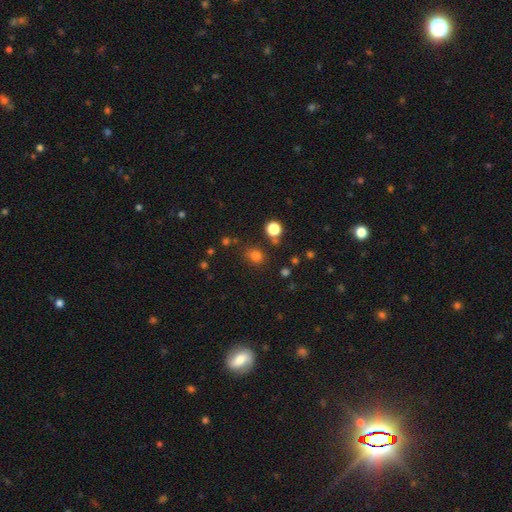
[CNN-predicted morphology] Smooth or featured? Predicted: smooth (p=0.77). How rounded? Predicted: round (p=0.70). Merging? Predicted: none (p=0.77).